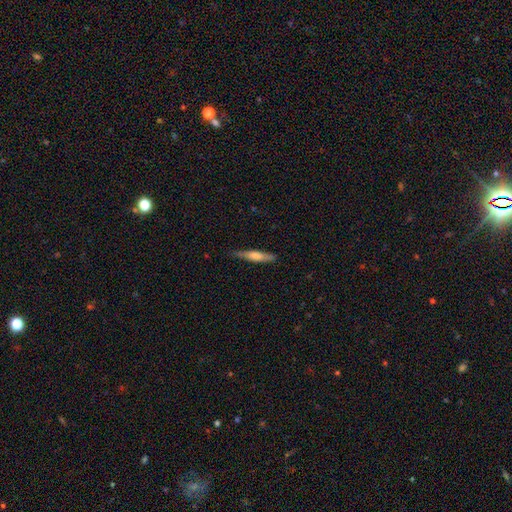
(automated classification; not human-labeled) This is possibly a smooth galaxy (56%). How rounded: clearly cigar-shaped (87%). Merging: clearly none (81%).